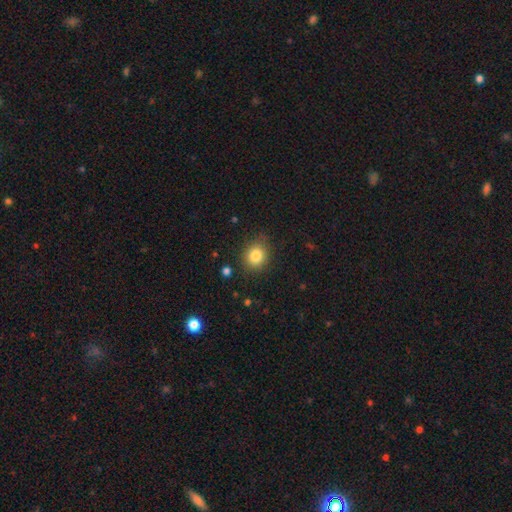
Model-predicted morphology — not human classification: The model was most divided on "how rounded": round: 68%, in between: 31%, cigar-shaped: 1%. More confident: smooth or featured — smooth (83%); merging — none (81%).